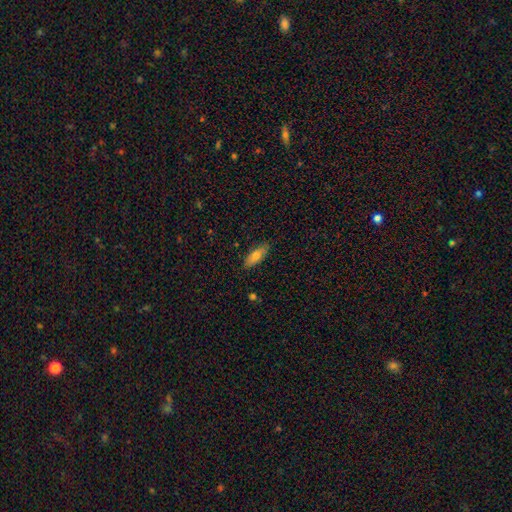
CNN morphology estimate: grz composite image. It shows a smooth galaxy with no disk features (73%) that is in between round and cigar-shaped (72%). Merging: none (86%).